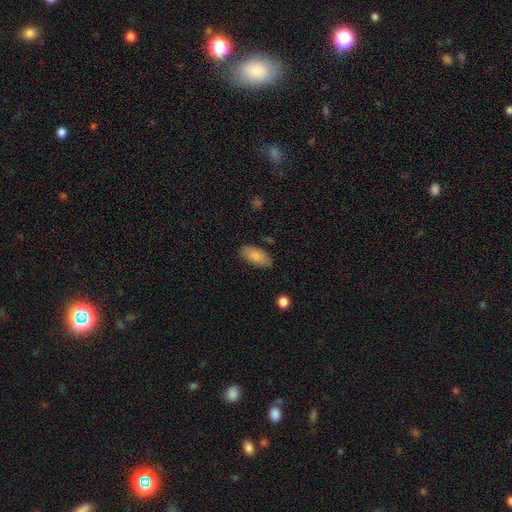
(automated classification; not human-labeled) Q: Smooth or featured?
A: smooth (84%); runner-up: featured or disk (10%)
Q: How rounded?
A: in between (93%); runner-up: cigar-shaped (4%)
Q: Merging?
A: none (83%); runner-up: minor disturbance (13%)